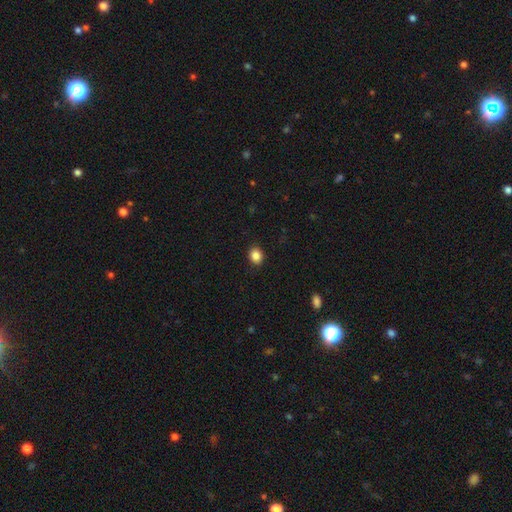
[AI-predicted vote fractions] This is clearly a smooth galaxy (86%). How rounded: possibly round (53%). Merging: clearly none (90%).